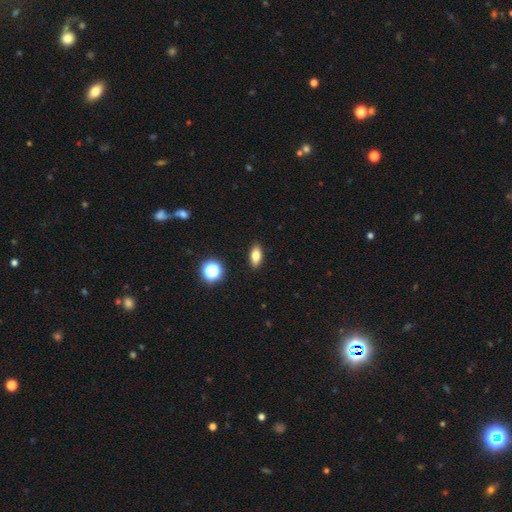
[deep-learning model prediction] smooth-or-featured: smooth: 75% | featured or disk: 15% | star or artifact: 11%
  how-rounded: in between: 79% | cigar-shaped: 14% | round: 7%
  merging: none: 89% | minor disturbance: 7% | major disturbance: 2% | merger: 1%